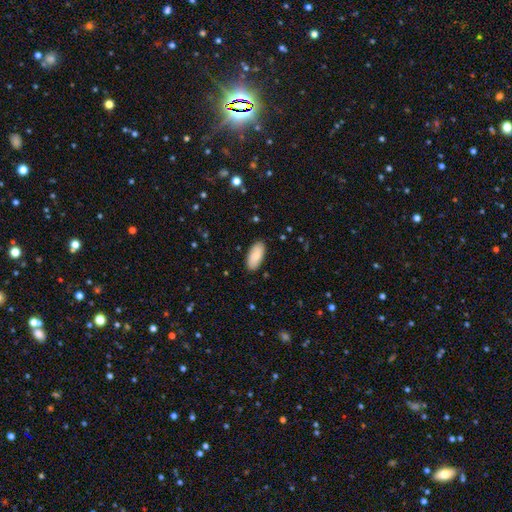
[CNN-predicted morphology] smooth_or_featured: smooth (p=0.86) [alt: featured or disk p=0.09]
how_rounded: in between (p=0.91) [alt: cigar-shaped p=0.08]
merging: none (p=0.88) [alt: minor disturbance p=0.09]